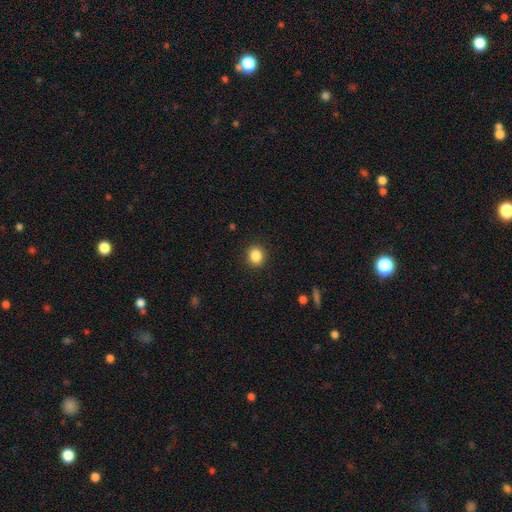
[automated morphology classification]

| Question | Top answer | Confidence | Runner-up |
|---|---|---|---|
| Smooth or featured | smooth | 87% | star or artifact (9%) |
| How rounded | round | 73% | in between (26%) |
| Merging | none | 91% | minor disturbance (6%) |